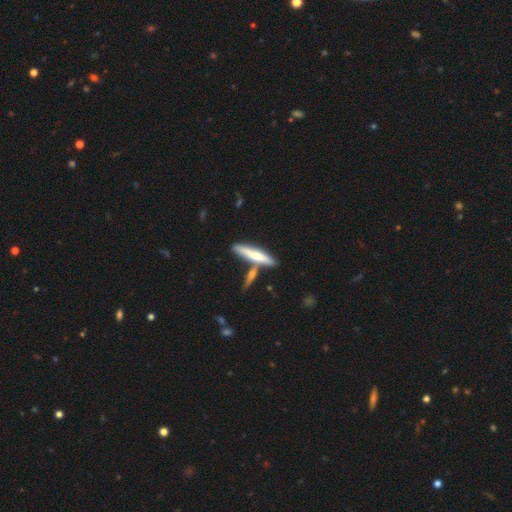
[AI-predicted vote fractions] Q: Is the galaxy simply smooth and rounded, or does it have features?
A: smooth — 55%.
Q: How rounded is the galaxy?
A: cigar-shaped — 87%.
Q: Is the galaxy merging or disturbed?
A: none — 62%.